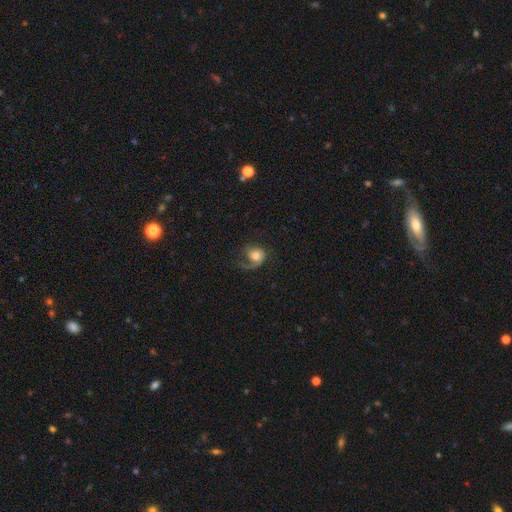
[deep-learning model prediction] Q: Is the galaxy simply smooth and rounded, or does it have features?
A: featured or disk — 50%.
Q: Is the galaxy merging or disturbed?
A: none — 42%.